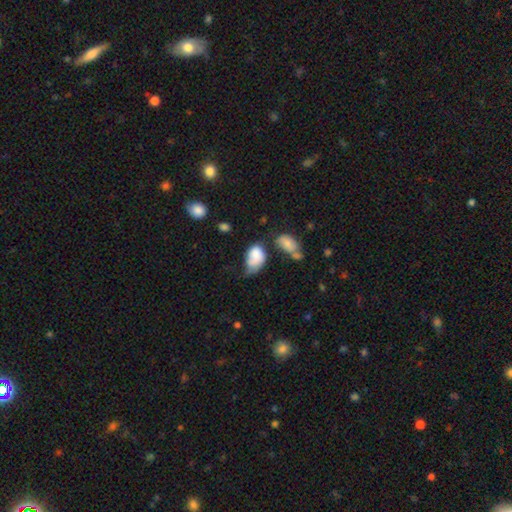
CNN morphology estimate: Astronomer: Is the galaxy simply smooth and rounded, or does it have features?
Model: smooth — 74%.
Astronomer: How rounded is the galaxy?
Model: in between — 84%.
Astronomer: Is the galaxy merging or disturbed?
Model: minor disturbance — 35% (runner-up: major disturbance, 27%).